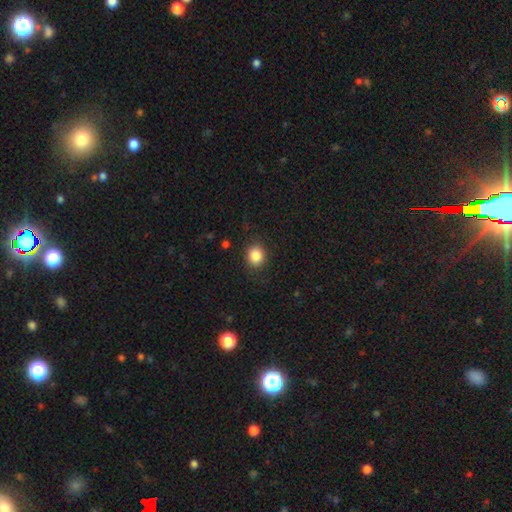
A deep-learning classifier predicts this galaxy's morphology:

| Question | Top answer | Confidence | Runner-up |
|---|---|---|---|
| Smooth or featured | smooth | 85% | star or artifact (10%) |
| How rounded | round | 74% | in between (25%) |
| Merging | none | 87% | minor disturbance (9%) |